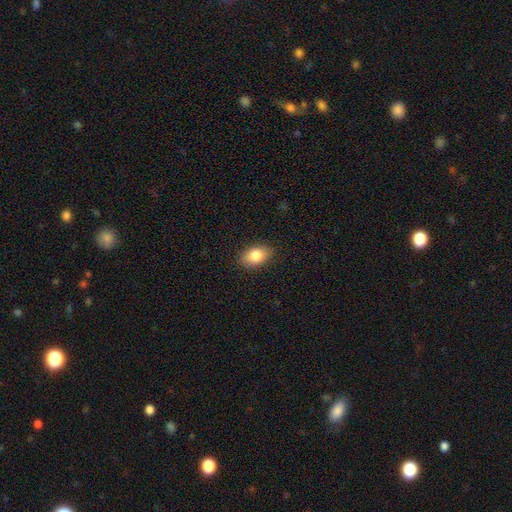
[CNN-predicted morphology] Smooth or featured? smooth (83%)
How rounded? in between (88%)
Merging? none (87%)